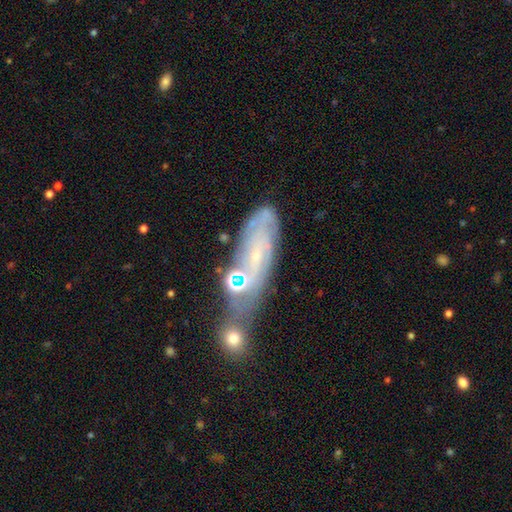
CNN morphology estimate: featured or disk 71%, smooth 20%, star or artifact 10%. Down the decision tree: edge-on disk — no (85%); bar — no (63%); spiral arms — yes (84%); spiral arm count — can't tell (52%); spiral winding — tight (61%); bulge size — small (74%); merging — none (44%).